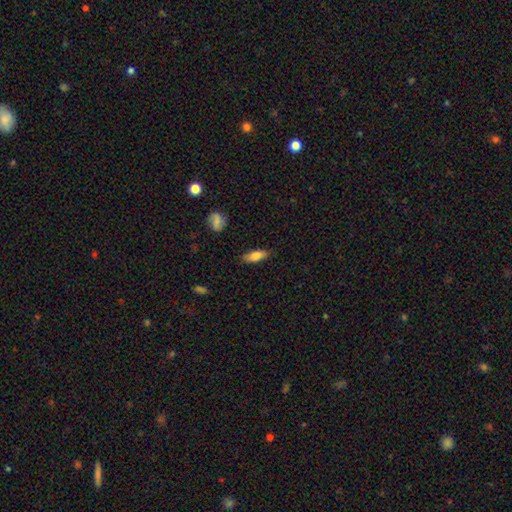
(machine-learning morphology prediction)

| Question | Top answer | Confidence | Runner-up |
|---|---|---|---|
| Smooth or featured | smooth | 80% | featured or disk (13%) |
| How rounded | in between | 58% | cigar-shaped (40%) |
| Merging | none | 83% | minor disturbance (13%) |